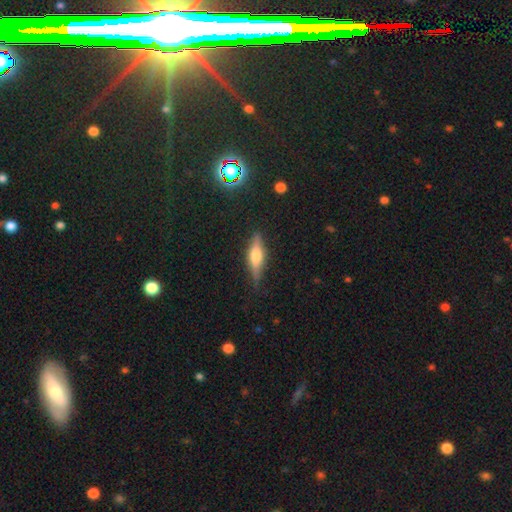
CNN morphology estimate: type=featured or disk (55%); edge-on=yes (94%); edge-on bulge=rounded (81%); merging=none (83%).